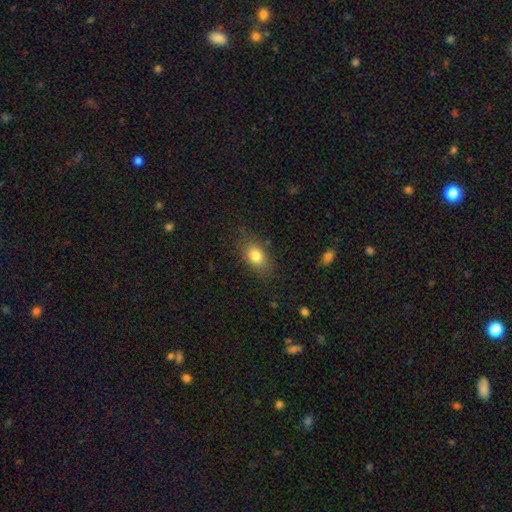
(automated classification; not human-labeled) Overall: smooth (81%). How rounded: in between (77%). Merging: none (78%).